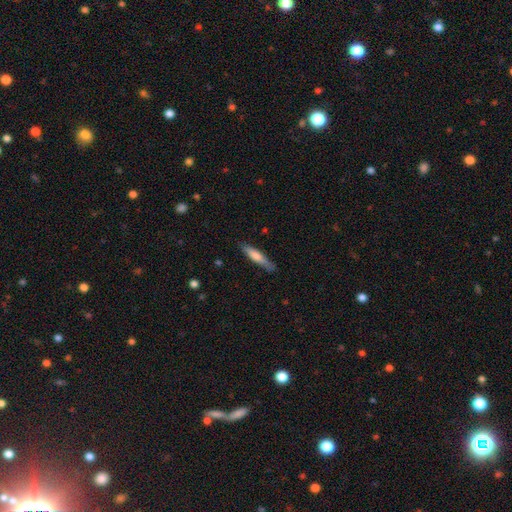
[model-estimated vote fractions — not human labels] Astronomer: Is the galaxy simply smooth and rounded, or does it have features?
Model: smooth — 64%.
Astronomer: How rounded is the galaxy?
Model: cigar-shaped — 86%.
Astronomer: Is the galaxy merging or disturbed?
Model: none — 79%.